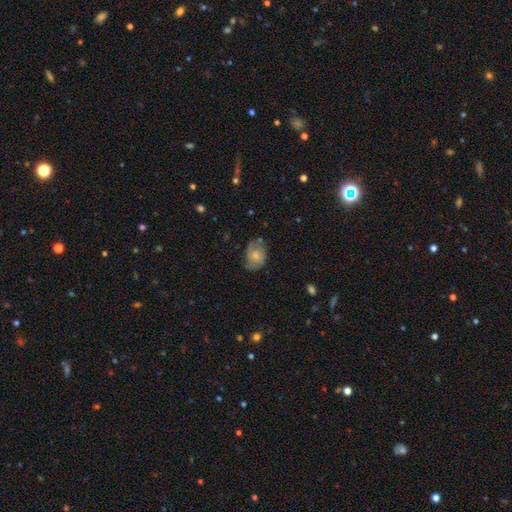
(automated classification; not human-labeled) smooth_or_featured: smooth (p=0.60) [alt: featured or disk p=0.32]
how_rounded: in between (p=0.72) [alt: round p=0.27]
merging: none (p=0.53) [alt: minor disturbance p=0.31]